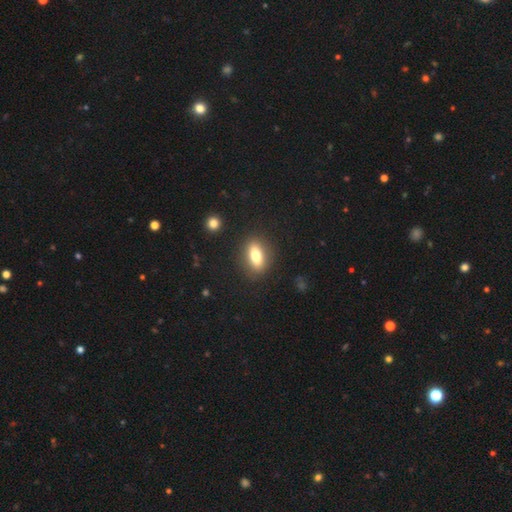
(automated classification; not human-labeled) Smooth or featured? smooth (74%)
How rounded? in between (77%)
Merging? none (87%)